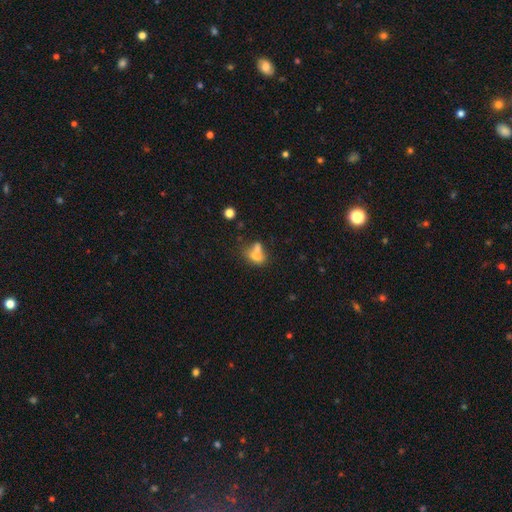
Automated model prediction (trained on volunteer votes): Smooth or featured?
  - smooth: 67% *
  - featured or disk: 20%
  - star or artifact: 13%
How rounded?
  - in between: 65% *
  - round: 32%
  - cigar-shaped: 3%
Merging?
  - merger: 54% *
  - none: 29%
  - minor disturbance: 10%
  - major disturbance: 6%